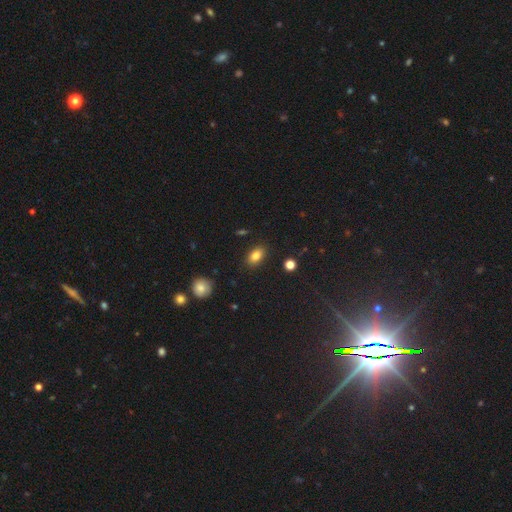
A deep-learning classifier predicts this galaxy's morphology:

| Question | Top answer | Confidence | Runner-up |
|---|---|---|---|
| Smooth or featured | smooth | 84% | star or artifact (9%) |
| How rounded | in between | 86% | round (12%) |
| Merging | none | 87% | minor disturbance (9%) |